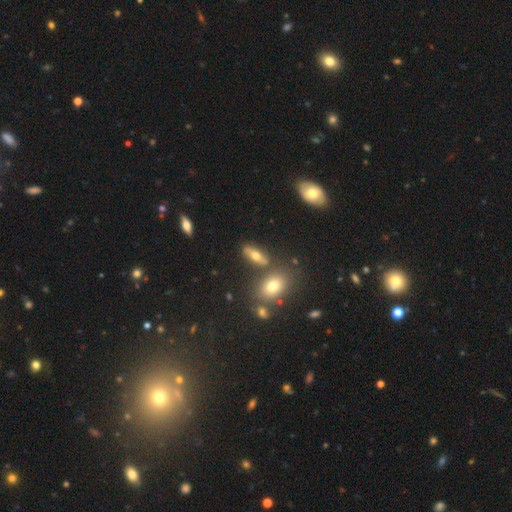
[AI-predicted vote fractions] smooth_or_featured: smooth (p=0.53) [alt: featured or disk p=0.35]
how_rounded: in between (p=0.57) [alt: cigar-shaped p=0.35]
merging: none (p=0.75) [alt: minor disturbance p=0.11]